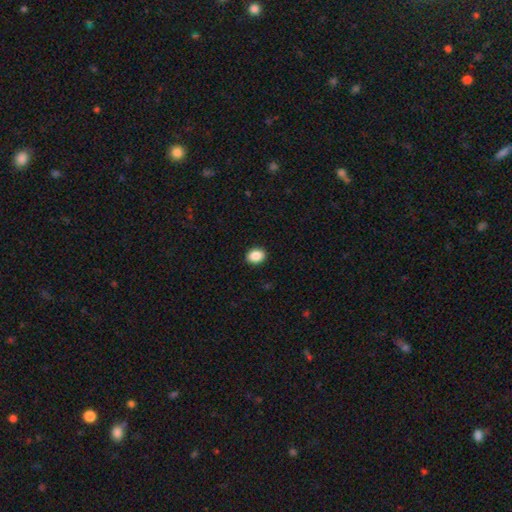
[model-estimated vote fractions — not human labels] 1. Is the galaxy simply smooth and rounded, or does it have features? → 88% smooth, 8% star or artifact, 4% featured or disk.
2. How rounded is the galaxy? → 58% in between, 41% round, 1% cigar-shaped.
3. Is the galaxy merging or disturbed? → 91% none, 6% minor disturbance, 2% major disturbance, 1% merger.